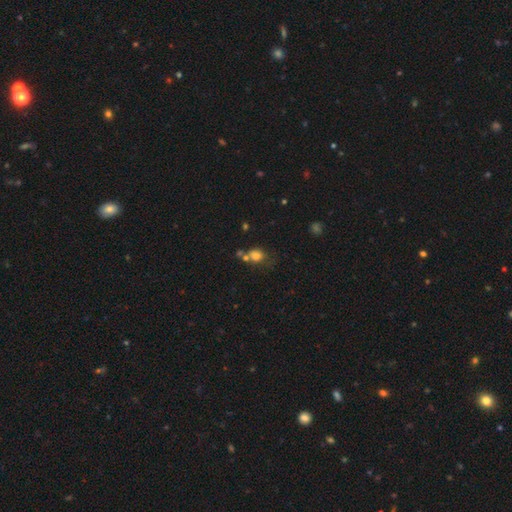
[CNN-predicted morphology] Smooth or featured? smooth (75%)
How rounded? round (65%)
Merging? none (45%)